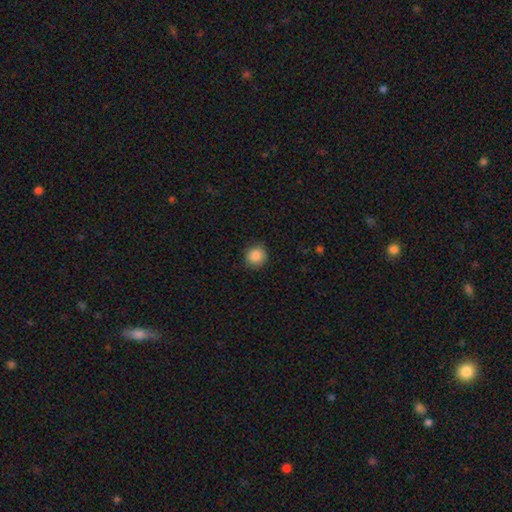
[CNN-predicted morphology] smooth 88%, star or artifact 9%, featured or disk 3%. Down the decision tree: how rounded — round (92%); merging — none (88%).